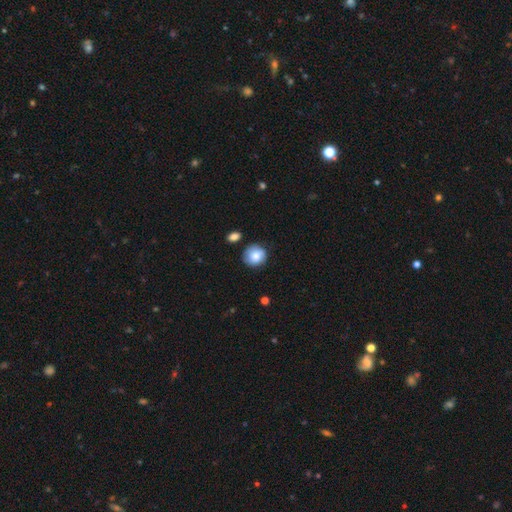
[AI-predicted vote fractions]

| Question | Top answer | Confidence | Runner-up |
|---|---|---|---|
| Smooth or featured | smooth | 81% | featured or disk (12%) |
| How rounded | round | 85% | in between (14%) |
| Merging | none | 75% | minor disturbance (18%) |